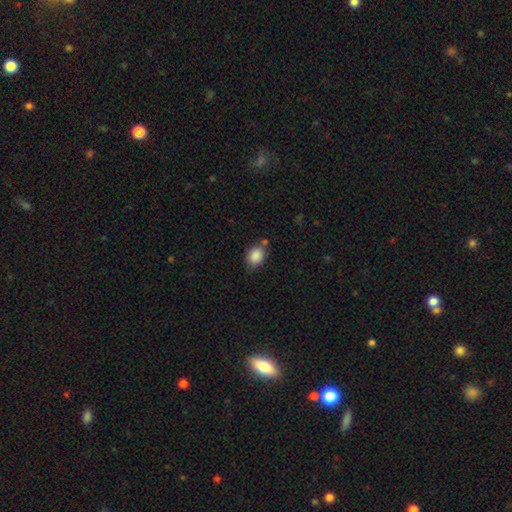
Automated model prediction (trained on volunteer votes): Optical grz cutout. It shows a smooth galaxy with no disk features (88%) that is in between round and cigar-shaped (54%). Merging: none (67%).